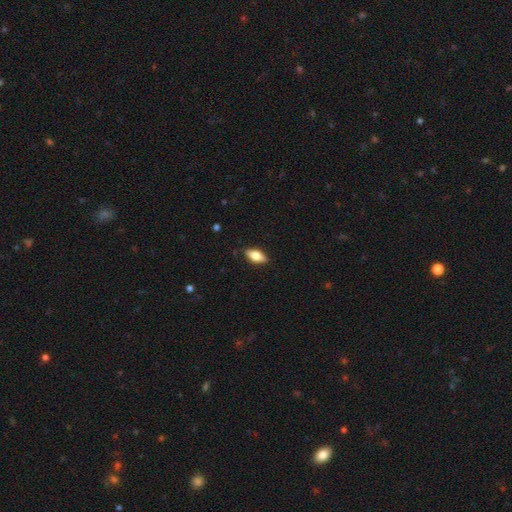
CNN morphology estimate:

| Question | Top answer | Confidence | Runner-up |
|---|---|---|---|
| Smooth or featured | smooth | 65% | featured or disk (28%) |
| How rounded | in between | 81% | cigar-shaped (15%) |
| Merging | none | 87% | minor disturbance (10%) |